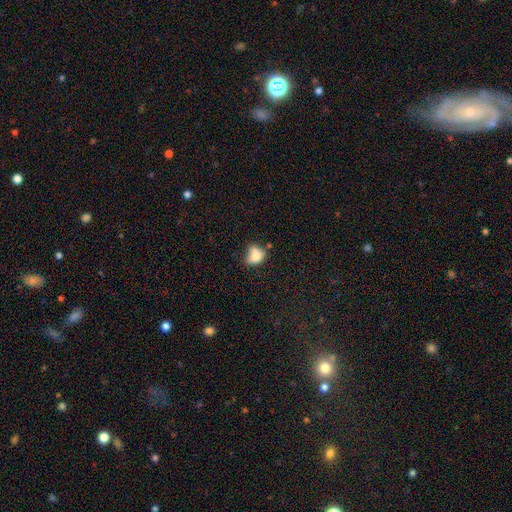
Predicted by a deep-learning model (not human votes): Morphology: type=smooth (74%); roundness=in between (65%); merging=none (32%).